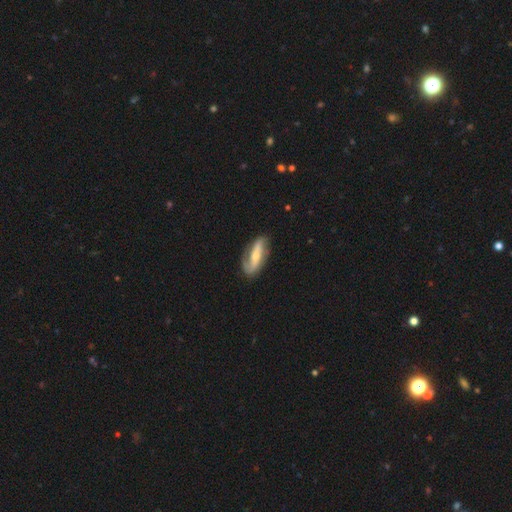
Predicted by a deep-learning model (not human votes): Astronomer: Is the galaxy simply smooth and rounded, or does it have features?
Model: featured or disk — 75%.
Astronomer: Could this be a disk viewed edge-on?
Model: no — 87%.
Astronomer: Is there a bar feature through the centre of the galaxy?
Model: strong — 46% (runner-up: no, 28%).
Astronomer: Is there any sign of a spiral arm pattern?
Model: yes — 89%.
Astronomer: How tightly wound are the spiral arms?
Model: loose — 48% (runner-up: medium, 32%).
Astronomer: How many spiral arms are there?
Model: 2 — 80%.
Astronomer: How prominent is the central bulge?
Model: moderate — 47%, tied with small at 47%.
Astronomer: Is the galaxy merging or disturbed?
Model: none — 72%.